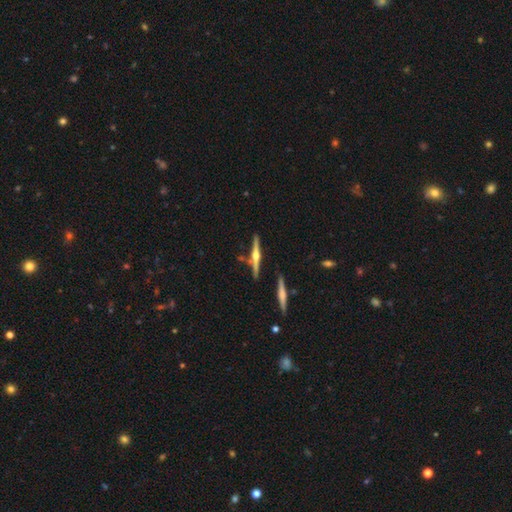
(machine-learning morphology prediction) featured or disk 78%, smooth 15%, star or artifact 6%. Down the decision tree: edge-on disk — yes (98%); edge-on bulge — rounded (92%); merging — none (80%).